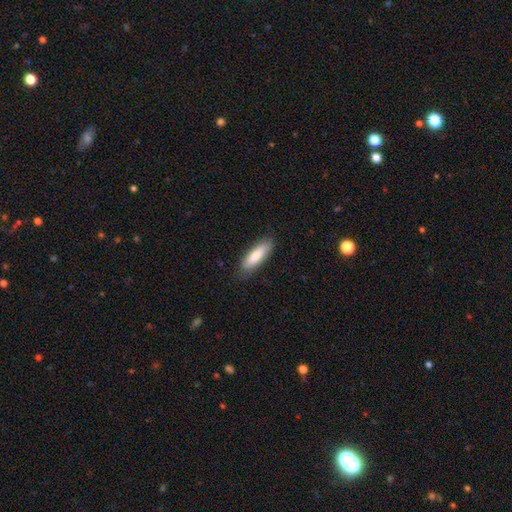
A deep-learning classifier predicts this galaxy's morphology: Overall: smooth (80%). How rounded: cigar-shaped (54%; in between 45%). Merging: none (83%).